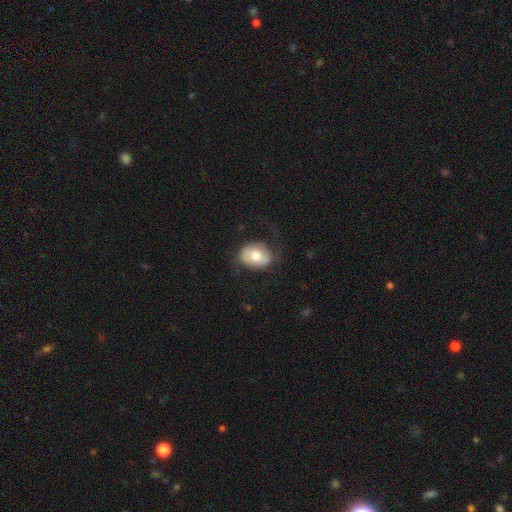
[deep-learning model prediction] A smooth galaxy with no disk features (65%) that is in between round and cigar-shaped (56%).

Vote fractions:
- Smooth or featured? smooth: 65% / featured or disk: 27% / star or artifact: 7%
- How rounded? in between: 56% / round: 43% / cigar-shaped: 1%
- Merging? none: 68% / minor disturbance: 19% / major disturbance: 12% / merger: 1%